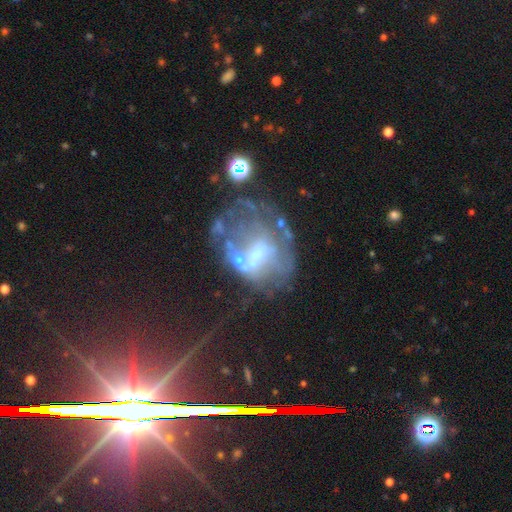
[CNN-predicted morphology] Q: Smooth or featured?
A: featured or disk (64%); runner-up: smooth (20%)
Q: Edge-on disk?
A: no (97%); runner-up: yes (3%)
Q: Bar?
A: no (66%); runner-up: weak (24%)
Q: Spiral arms?
A: no (74%); runner-up: yes (26%)
Q: Bulge size?
A: moderate (37%); runner-up: small (29%)
Q: Merging?
A: major disturbance (38%); runner-up: none (29%)